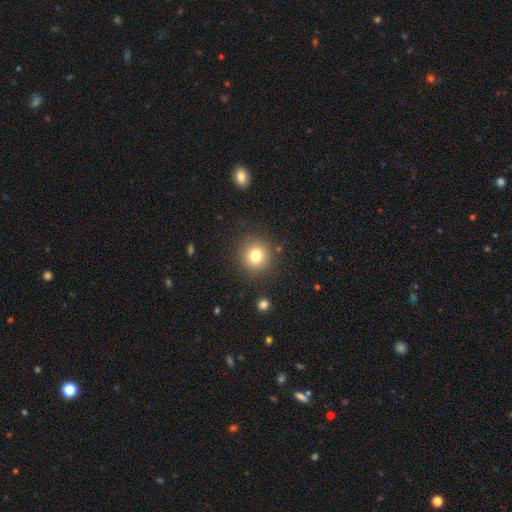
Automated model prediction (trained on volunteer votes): The model was most divided on "smooth or featured": smooth: 79%, star or artifact: 13%, featured or disk: 9%. More confident: how rounded — round (91%); merging — none (88%).